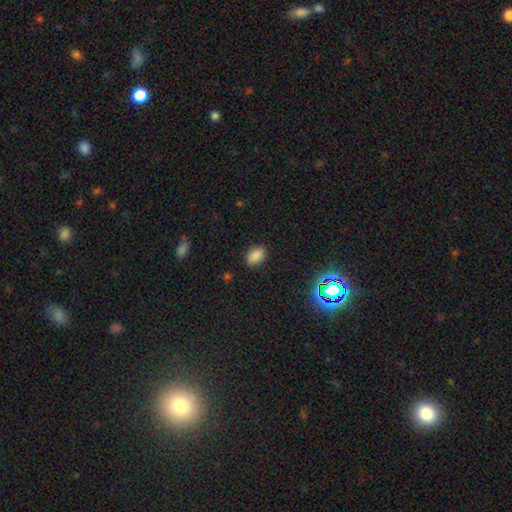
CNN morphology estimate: smooth-or-featured: smooth: 83% | star or artifact: 12% | featured or disk: 5%
  how-rounded: in between: 83% | round: 15% | cigar-shaped: 2%
  merging: none: 86% | minor disturbance: 10% | major disturbance: 3% | merger: 1%